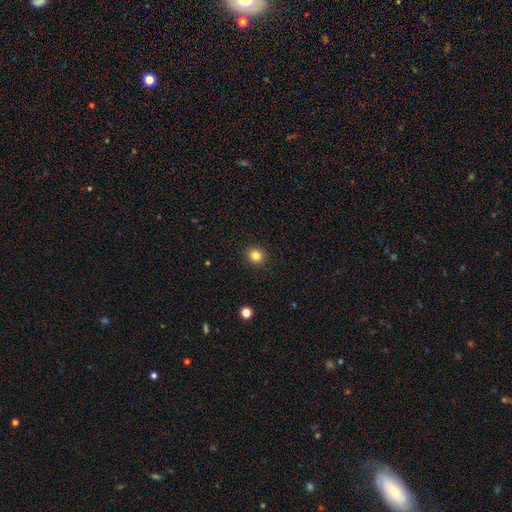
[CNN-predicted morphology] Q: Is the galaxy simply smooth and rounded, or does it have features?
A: smooth — 83%.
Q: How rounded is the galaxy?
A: round — 83%.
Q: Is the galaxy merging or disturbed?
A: none — 92%.